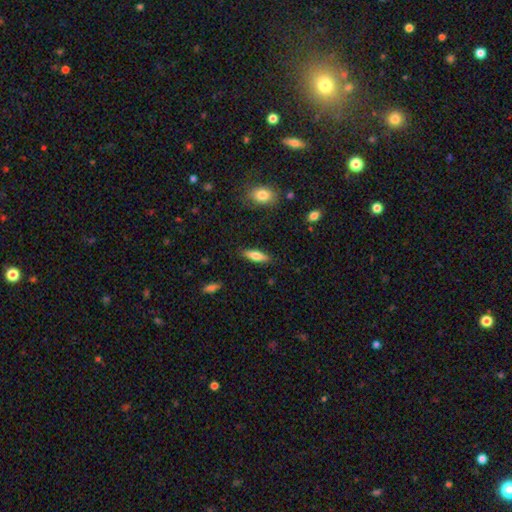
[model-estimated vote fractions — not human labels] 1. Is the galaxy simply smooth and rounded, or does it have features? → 71% smooth, 23% featured or disk, 6% star or artifact.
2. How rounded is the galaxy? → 51% cigar-shaped, 47% in between, 2% round.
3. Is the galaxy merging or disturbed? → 87% none, 10% minor disturbance, 2% major disturbance, 1% merger.